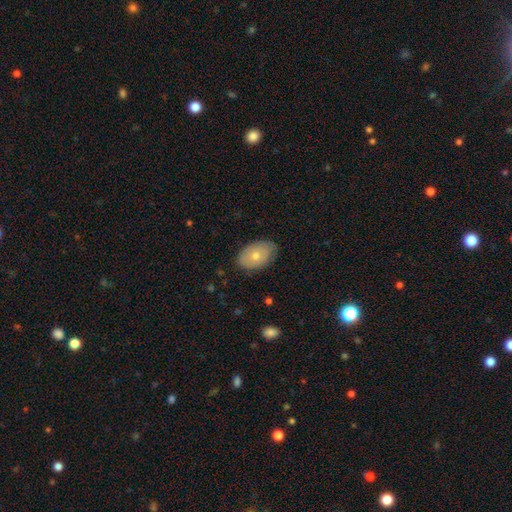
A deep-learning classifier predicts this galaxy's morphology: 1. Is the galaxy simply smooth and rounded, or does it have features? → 64% smooth, 30% featured or disk, 6% star or artifact.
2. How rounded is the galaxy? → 88% in between, 11% round, 1% cigar-shaped.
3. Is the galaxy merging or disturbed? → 76% none, 20% minor disturbance, 4% major disturbance, 1% merger.